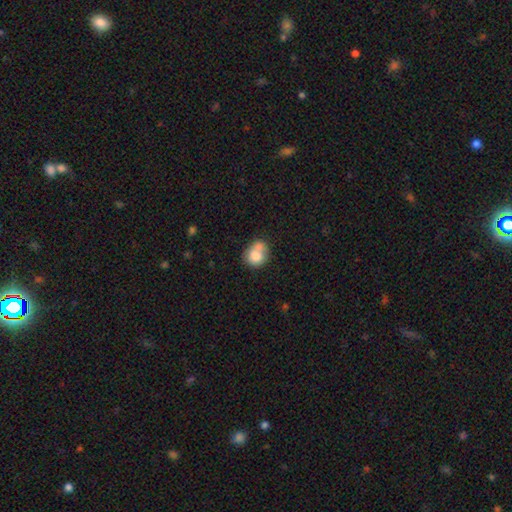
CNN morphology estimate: smooth_or_featured: smooth (p=0.75) [alt: featured or disk p=0.16]
how_rounded: round (p=0.64) [alt: in between p=0.35]
merging: merger (p=0.43) [alt: none p=0.34]